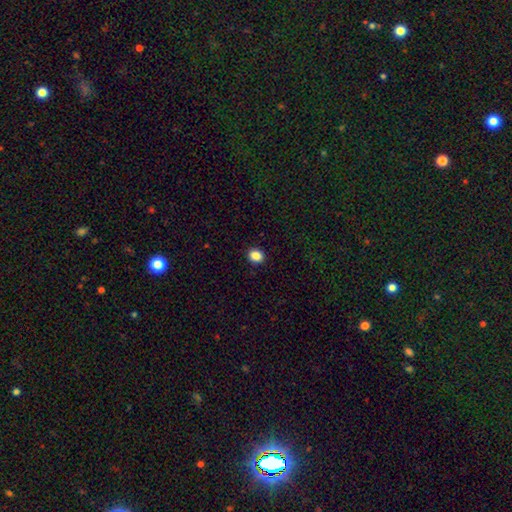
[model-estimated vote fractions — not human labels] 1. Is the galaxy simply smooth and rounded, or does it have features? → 87% smooth, 10% star or artifact, 3% featured or disk.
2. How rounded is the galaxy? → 64% round, 35% in between, 1% cigar-shaped.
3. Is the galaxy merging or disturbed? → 92% none, 6% minor disturbance, 2% major disturbance, 1% merger.